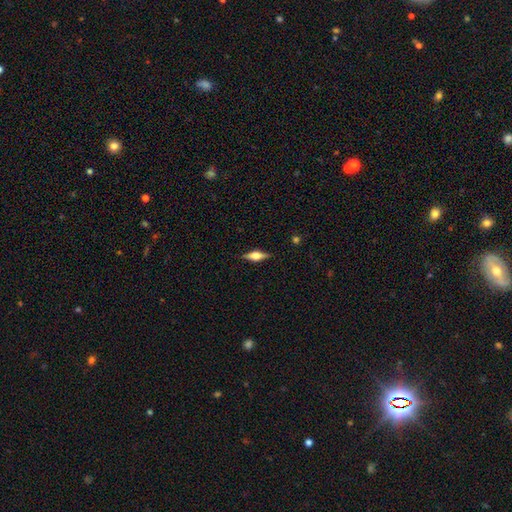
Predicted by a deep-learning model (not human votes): smooth_or_featured: featured or disk (p=0.59) [alt: smooth p=0.34]
disk_edge_on: yes (p=0.96) [alt: no p=0.04]
edge_on_bulge: rounded (p=0.89) [alt: boxy p=0.09]
merging: none (p=0.87) [alt: minor disturbance p=0.10]